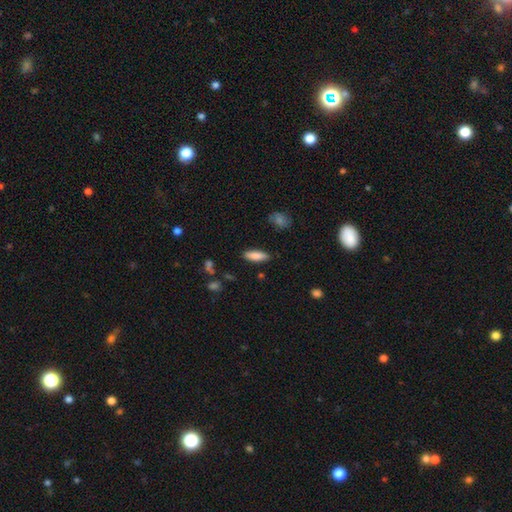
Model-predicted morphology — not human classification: A smooth galaxy with no disk features (85%) that is in between round and cigar-shaped (58%). Merging: none (86%).